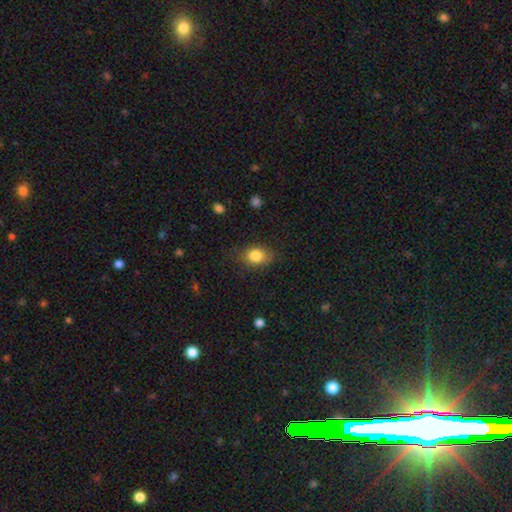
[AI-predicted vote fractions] Smooth or featured: smooth — 84% (star or artifact — 9%)
How rounded: in between — 63% (round — 36%)
Merging: none — 76% (minor disturbance — 18%)